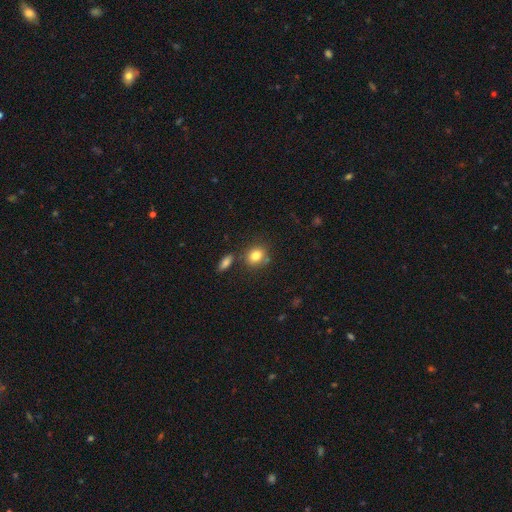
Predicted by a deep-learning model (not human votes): Morphology: type=smooth (82%); roundness=round (55%); merging=none (70%).